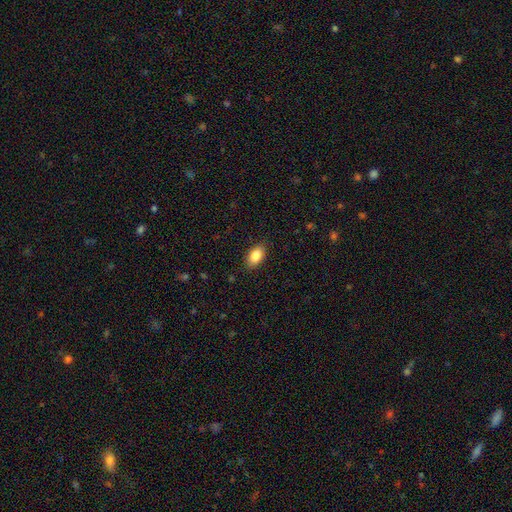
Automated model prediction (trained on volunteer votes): Q: Smooth or featured?
A: smooth (86%); runner-up: star or artifact (7%)
Q: How rounded?
A: in between (91%); runner-up: round (6%)
Q: Merging?
A: none (86%); runner-up: minor disturbance (10%)